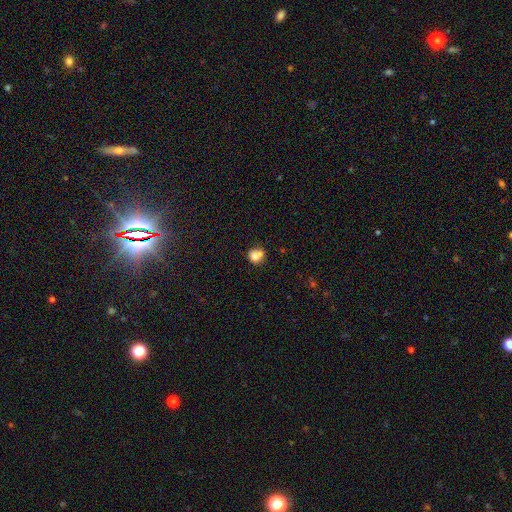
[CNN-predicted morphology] type=smooth (77%); roundness=round (78%); merging=none (44%).